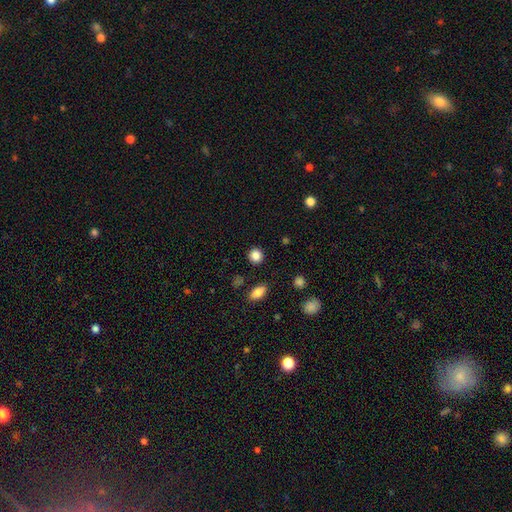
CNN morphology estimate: This is clearly a smooth galaxy (86%). How rounded: clearly round (88%). Merging: clearly none (90%).